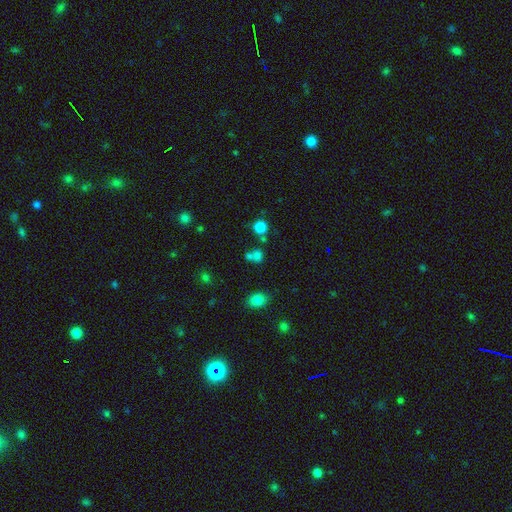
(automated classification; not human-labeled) A smooth galaxy with no disk features (73%) that is round (75%). Merging: none (54%).